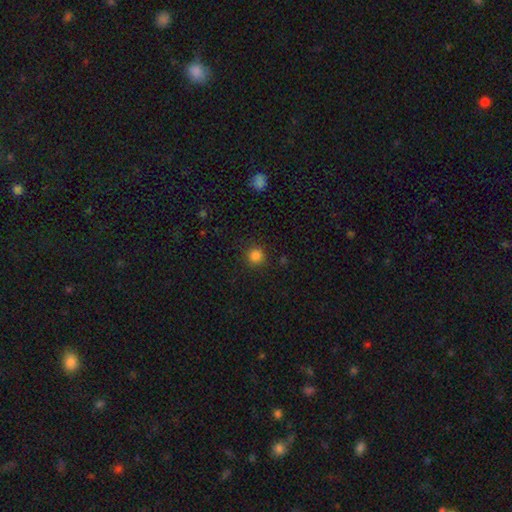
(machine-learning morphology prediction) Smooth or featured? smooth (84%)
How rounded? round (94%)
Merging? none (90%)